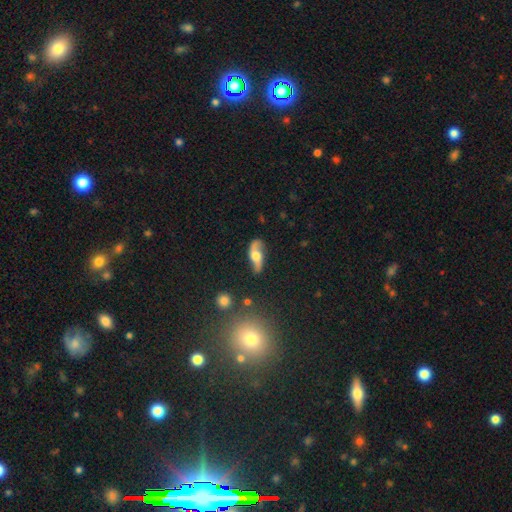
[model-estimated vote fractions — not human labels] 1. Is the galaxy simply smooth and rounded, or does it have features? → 73% featured or disk, 21% smooth, 7% star or artifact.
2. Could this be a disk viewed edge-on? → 86% no, 14% yes.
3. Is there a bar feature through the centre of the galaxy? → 65% no, 27% weak, 8% strong.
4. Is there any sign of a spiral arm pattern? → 92% yes, 8% no.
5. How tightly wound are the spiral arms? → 79% loose, 16% medium, 5% tight.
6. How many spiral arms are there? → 92% 2, 3% can't tell, 2% 1, 1% 3, 1% 4, 1% more than 4.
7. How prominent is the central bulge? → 54% moderate, 30% large, 10% small, 4% none, 3% dominant.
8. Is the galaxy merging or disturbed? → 73% none, 17% minor disturbance, 7% major disturbance, 3% merger.